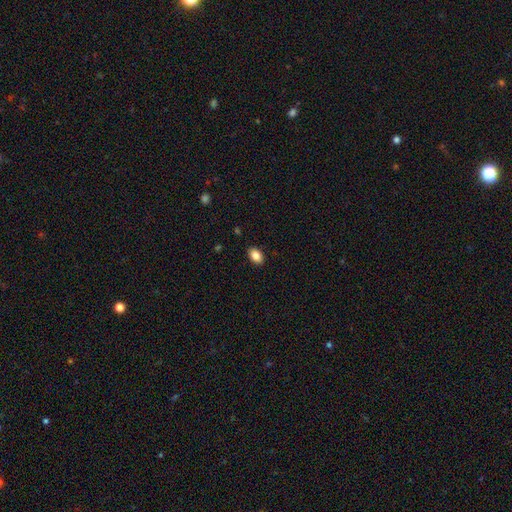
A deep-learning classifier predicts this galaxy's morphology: A smooth galaxy with no disk features (87%) that is in between round and cigar-shaped (88%).

Vote fractions:
- Smooth or featured? smooth: 87% / star or artifact: 8% / featured or disk: 5%
- How rounded? in between: 88% / round: 11% / cigar-shaped: 1%
- Merging? none: 89% / minor disturbance: 8% / major disturbance: 2% / merger: 1%